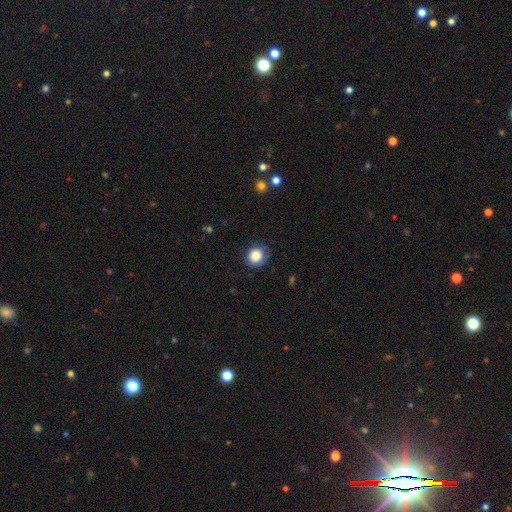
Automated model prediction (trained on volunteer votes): smooth_or_featured: smooth (p=0.85) [alt: star or artifact p=0.09]
how_rounded: round (p=0.82) [alt: in between p=0.18]
merging: none (p=0.78) [alt: minor disturbance p=0.16]